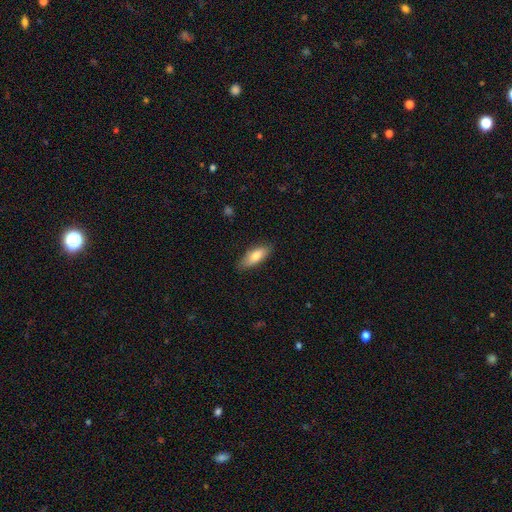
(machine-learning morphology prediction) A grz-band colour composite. It shows a smooth galaxy with no disk features (78%) that is in between round and cigar-shaped (73%). Merging: none (83%).